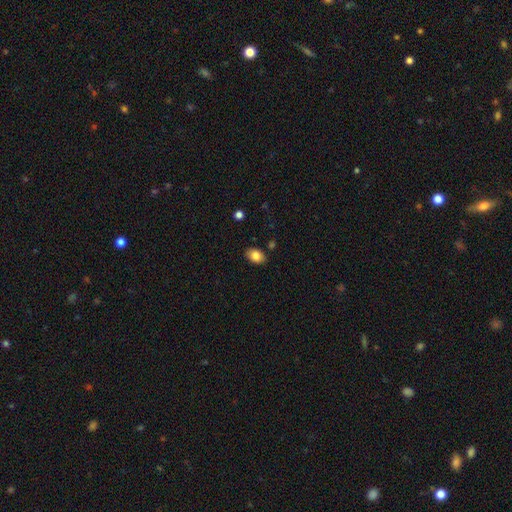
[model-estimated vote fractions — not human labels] Smooth or featured? Predicted: smooth (p=0.84). How rounded? Predicted: in between (p=0.84). Merging? Predicted: none (p=0.86).